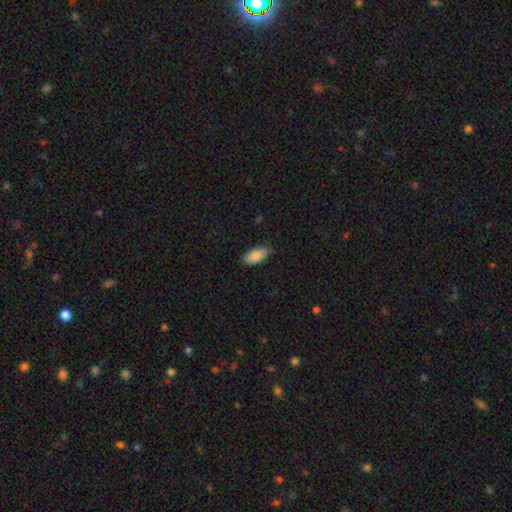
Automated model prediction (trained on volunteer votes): Q: Smooth or featured?
A: smooth (85%); runner-up: featured or disk (8%)
Q: How rounded?
A: in between (92%); runner-up: cigar-shaped (6%)
Q: Merging?
A: none (83%); runner-up: minor disturbance (14%)